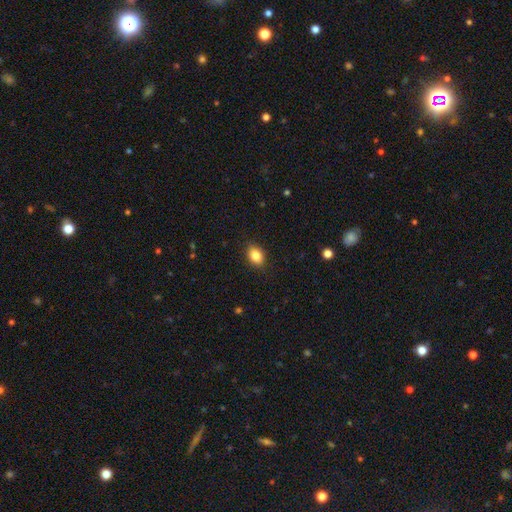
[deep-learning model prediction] Smooth or featured? Predicted: smooth (p=0.84). How rounded? Predicted: in between (p=0.74). Merging? Predicted: none (p=0.87).